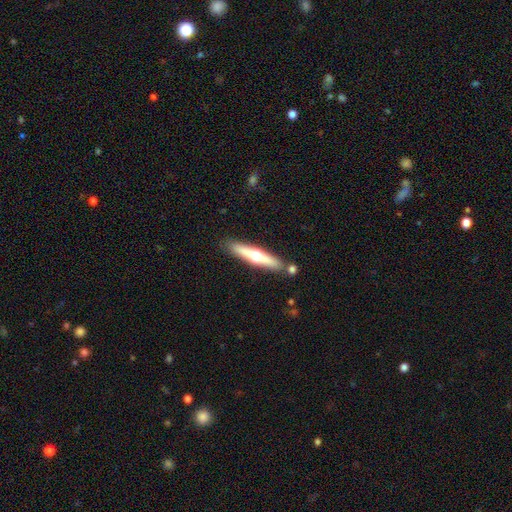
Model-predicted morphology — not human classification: This is possibly a featured or disk galaxy (58%). It is clearly viewed edge-on (95%). Edge-on bulge: clearly rounded (92%). Merging: clearly none (83%).